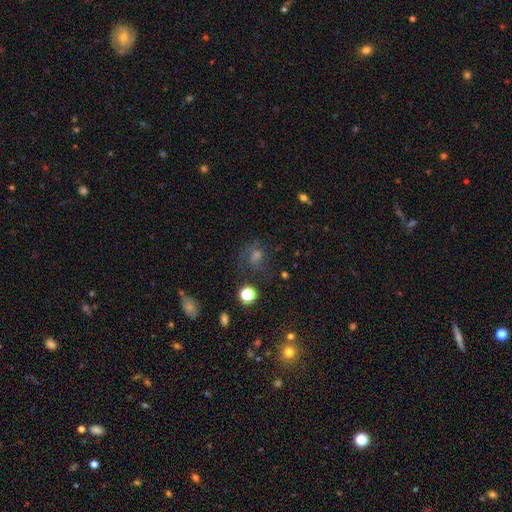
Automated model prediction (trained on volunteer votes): Smooth or featured? smooth (36%, tied with star or artifact)
Merging? none (63%)